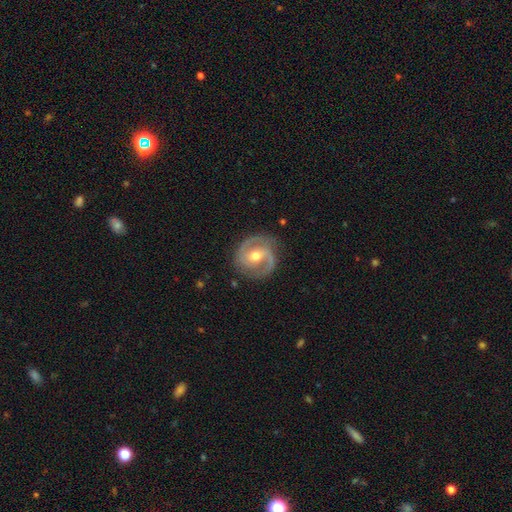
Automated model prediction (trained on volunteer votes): smooth-or-featured: featured or disk: 88% | smooth: 8% | star or artifact: 5%
  disk-edge-on: no: 98% | yes: 2%
    bar: weak: 45% | no: 37% | strong: 18%
    has-spiral-arms: yes: 96% | no: 4%
      spiral-winding: medium: 49% | tight: 38% | loose: 12%
      spiral-arm-count: 2: 89% | can't tell: 4% | 3: 3% | 1: 3% | 4: 1% | more than 4: 1%
    bulge-size: moderate: 73% | small: 21% | large: 4% | none: 1% | dominant: 1%
  merging: none: 81% | minor disturbance: 14% | major disturbance: 4% | merger: 1%